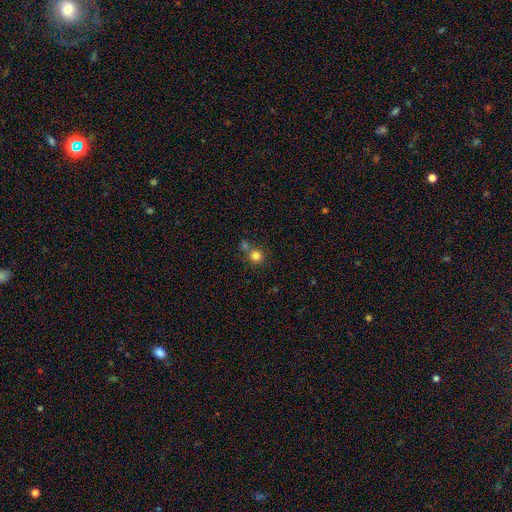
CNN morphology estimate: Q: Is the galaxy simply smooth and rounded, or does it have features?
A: smooth — 80%.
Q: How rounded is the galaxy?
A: round — 91%.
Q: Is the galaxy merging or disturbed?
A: none — 57%.